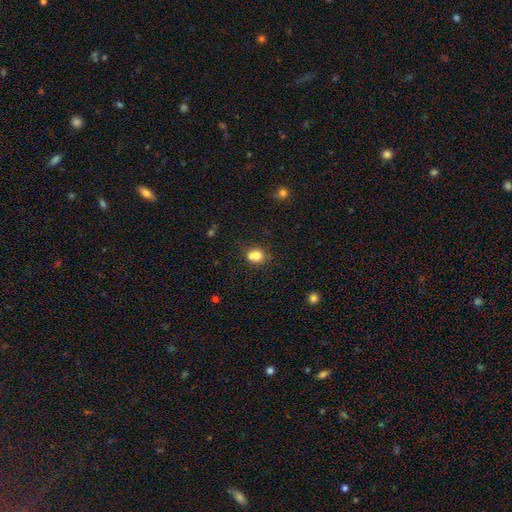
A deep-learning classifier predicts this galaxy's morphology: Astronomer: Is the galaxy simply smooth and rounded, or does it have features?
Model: smooth — 76%.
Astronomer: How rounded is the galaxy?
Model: round — 71%.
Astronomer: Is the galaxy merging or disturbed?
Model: none — 44% (runner-up: merger, 39%).